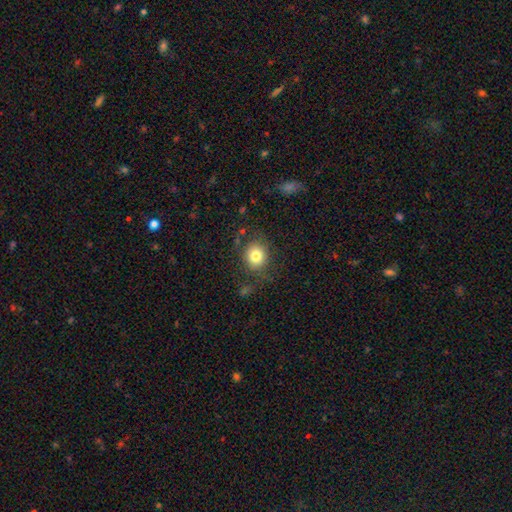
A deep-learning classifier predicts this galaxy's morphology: This is clearly a smooth galaxy (80%). How rounded: likely round (70%). Merging: likely none (77%).